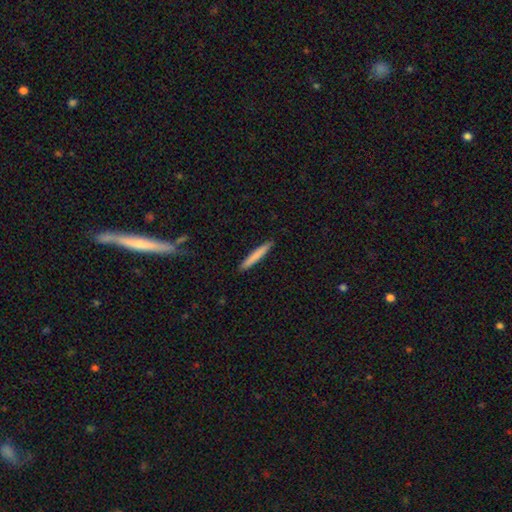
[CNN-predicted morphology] Overall: smooth (77%). How rounded: cigar-shaped (96%). Merging: none (92%).